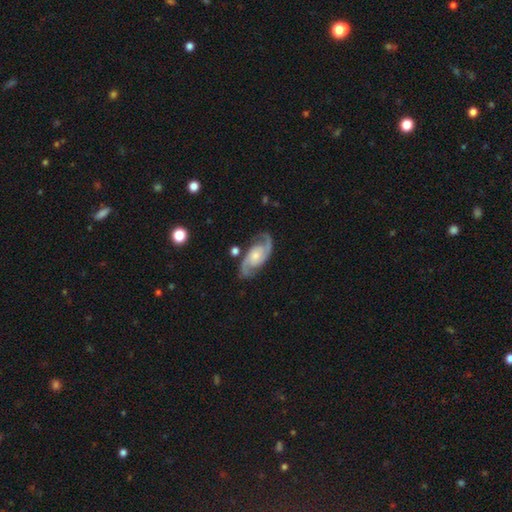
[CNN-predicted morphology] A featured or disk galaxy (90%) with no bar (63%), 2 (94%) medium (56%) spiral arms (98%) and a small central bulge (41%, tied with moderate). Merging: none (81%).